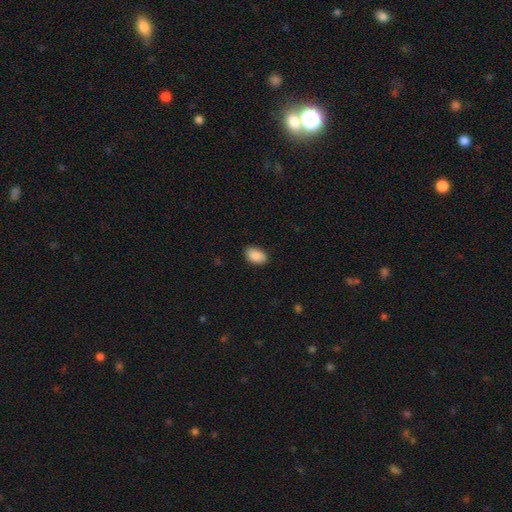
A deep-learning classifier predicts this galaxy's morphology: A smooth galaxy with no disk features (90%) that is in between round and cigar-shaped (92%).

Vote fractions:
- Smooth or featured? smooth: 90% / star or artifact: 7% / featured or disk: 4%
- How rounded? in between: 92% / round: 7% / cigar-shaped: 1%
- Merging? none: 87% / minor disturbance: 10% / major disturbance: 2% / merger: 1%